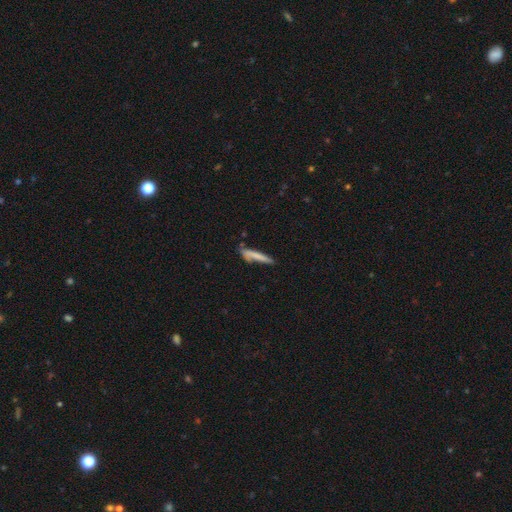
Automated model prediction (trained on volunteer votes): smooth_or_featured: smooth (p=0.73) [alt: featured or disk p=0.21]
how_rounded: cigar-shaped (p=0.92) [alt: in between p=0.07]
merging: none (p=0.63) [alt: minor disturbance p=0.24]